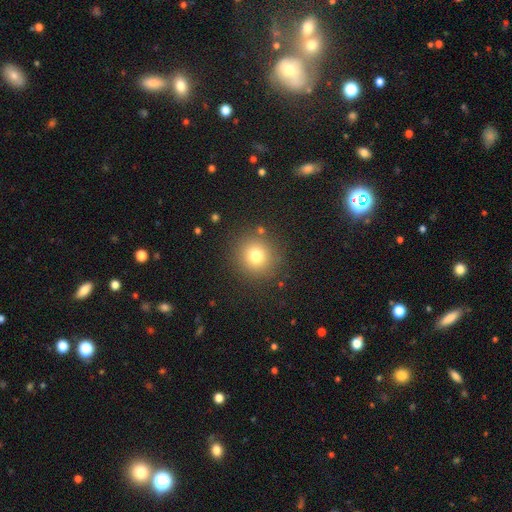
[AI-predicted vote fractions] smooth-or-featured: smooth: 76% | star or artifact: 14% | featured or disk: 9%
  how-rounded: round: 92% | in between: 7% | cigar-shaped: 1%
  merging: none: 87% | minor disturbance: 7% | major disturbance: 3% | merger: 3%